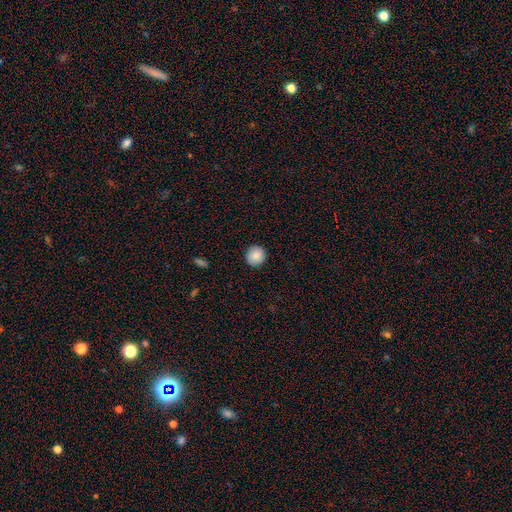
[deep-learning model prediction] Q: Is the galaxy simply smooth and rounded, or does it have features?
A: smooth — 87%.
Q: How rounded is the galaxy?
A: round — 92%.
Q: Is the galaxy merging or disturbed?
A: none — 91%.